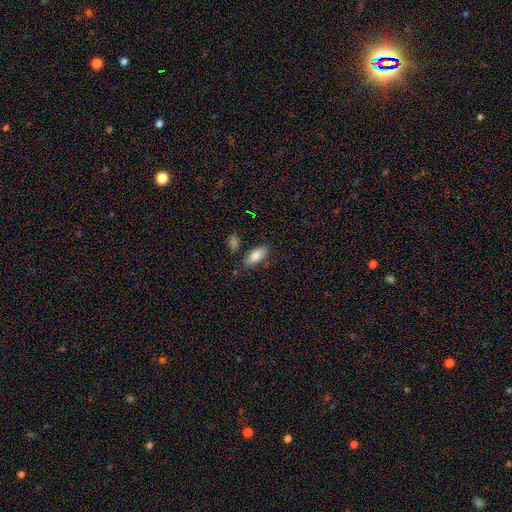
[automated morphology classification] Overall: smooth (85%). How rounded: in between (88%). Merging: none (77%).